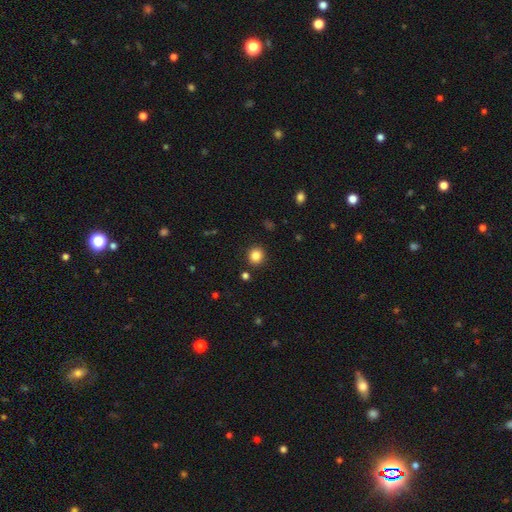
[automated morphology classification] This is clearly a smooth galaxy (84%). How rounded: clearly round (90%). Merging: clearly none (90%).